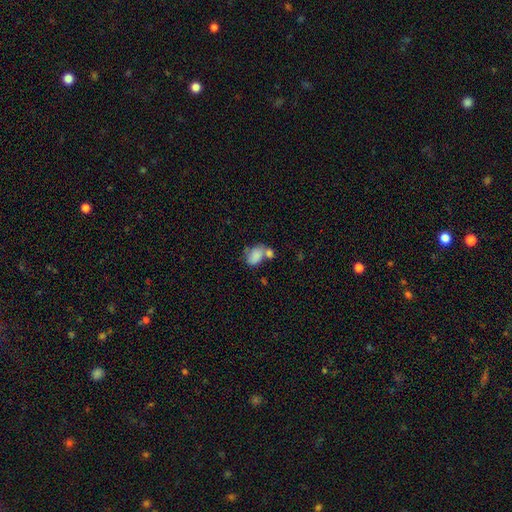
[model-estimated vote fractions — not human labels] A smooth galaxy with no disk features (78%) that is in between round and cigar-shaped (79%).

Vote fractions:
- Smooth or featured? smooth: 78% / featured or disk: 13% / star or artifact: 9%
- How rounded? in between: 79% / round: 20% / cigar-shaped: 1%
- Merging? merger: 52% / none: 25% / minor disturbance: 14% / major disturbance: 9%